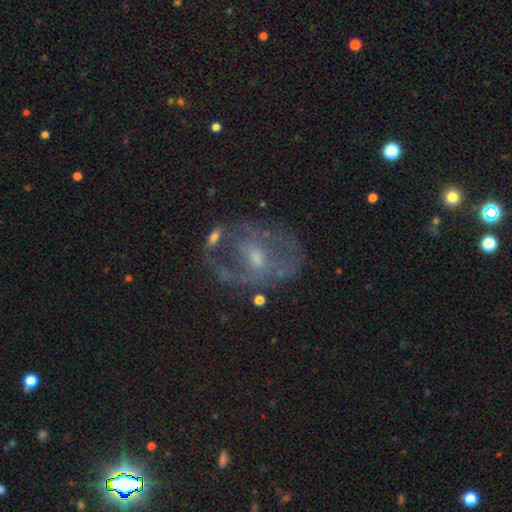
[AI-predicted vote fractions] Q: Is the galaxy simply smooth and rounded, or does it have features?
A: featured or disk — 69%.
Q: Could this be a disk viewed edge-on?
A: no — 96%.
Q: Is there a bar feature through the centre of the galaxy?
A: no — 46%.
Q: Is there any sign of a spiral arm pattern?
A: yes — 52%.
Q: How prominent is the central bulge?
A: small — 47%.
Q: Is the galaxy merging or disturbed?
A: none — 50%.